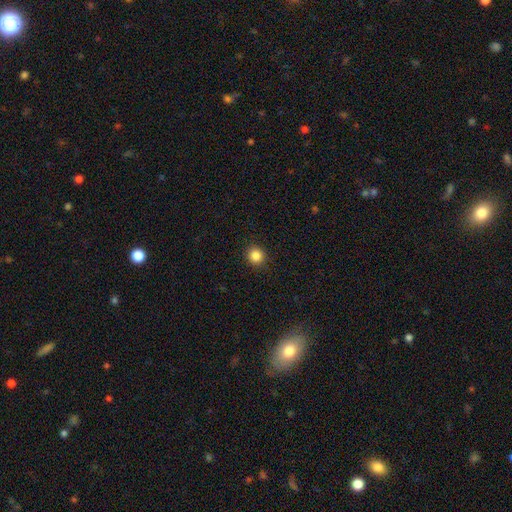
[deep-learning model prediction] smooth_or_featured: smooth (p=0.86) [alt: star or artifact p=0.11]
how_rounded: round (p=0.91) [alt: in between p=0.08]
merging: none (p=0.91) [alt: minor disturbance p=0.06]